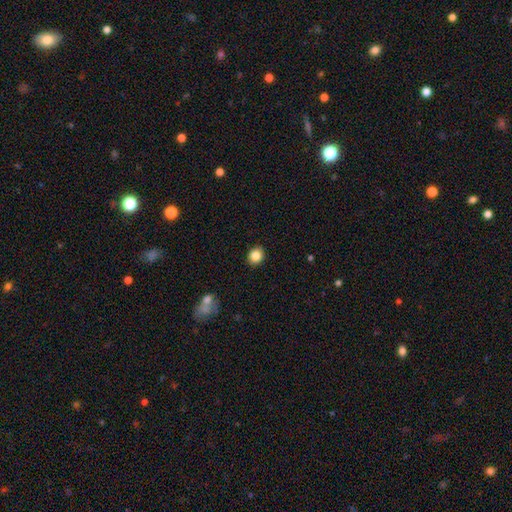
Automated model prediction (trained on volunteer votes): Overall: smooth (85%). How rounded: round (71%). Merging: none (89%).